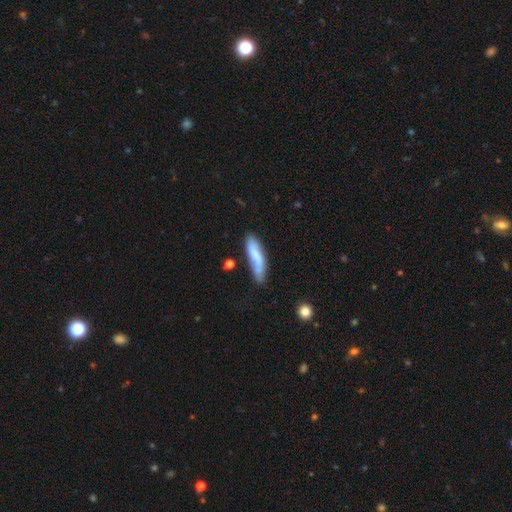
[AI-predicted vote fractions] A smooth galaxy with no disk features (67%) that is cigar-shaped (69%).

Vote fractions:
- Smooth or featured? smooth: 67% / featured or disk: 26% / star or artifact: 6%
- How rounded? cigar-shaped: 69% / in between: 29% / round: 2%
- Merging? none: 61% / minor disturbance: 25% / merger: 7% / major disturbance: 7%